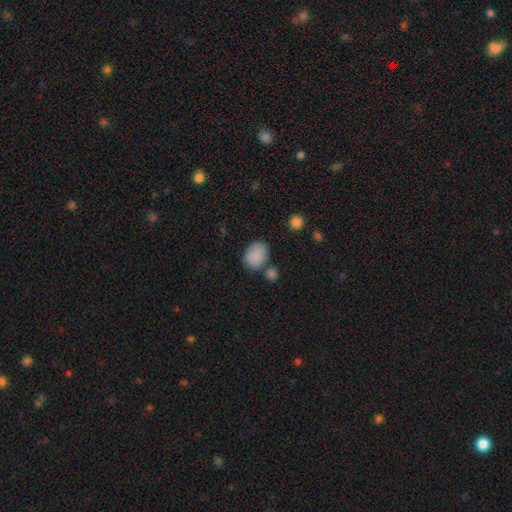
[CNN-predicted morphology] smooth_or_featured: smooth (p=0.87) [alt: star or artifact p=0.08]
how_rounded: in between (p=0.58) [alt: round p=0.41]
merging: none (p=0.66) [alt: minor disturbance p=0.17]